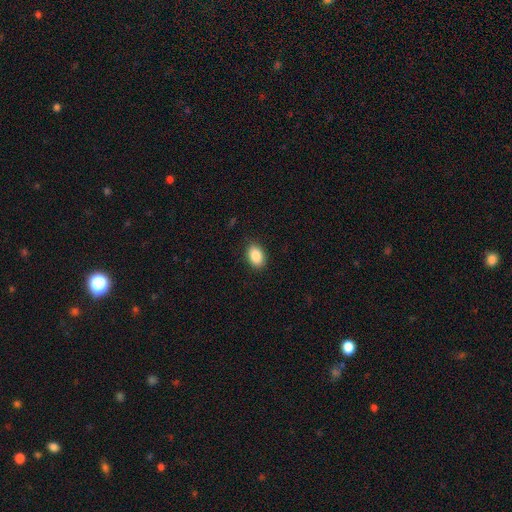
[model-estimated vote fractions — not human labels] This is clearly a smooth galaxy (87%). How rounded: clearly in between (86%). Merging: clearly none (88%).